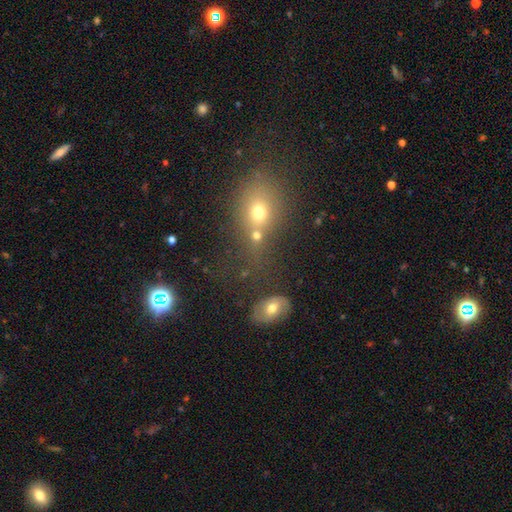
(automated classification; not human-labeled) smooth_or_featured: smooth (p=0.52) [alt: star or artifact p=0.33]
how_rounded: round (p=0.53) [alt: in between p=0.44]
merging: none (p=0.45) [alt: merger p=0.35]